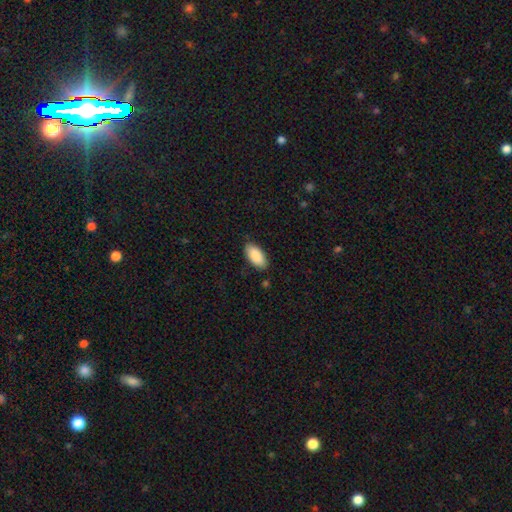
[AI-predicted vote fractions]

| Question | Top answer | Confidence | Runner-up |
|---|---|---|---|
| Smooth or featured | smooth | 89% | star or artifact (6%) |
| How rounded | in between | 94% | cigar-shaped (5%) |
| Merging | none | 84% | minor disturbance (12%) |